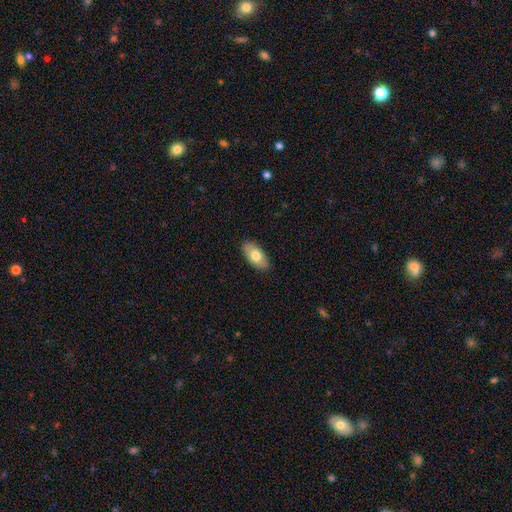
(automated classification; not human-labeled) The model was most divided on "smooth or featured": smooth: 75%, featured or disk: 19%, star or artifact: 6%. More confident: how rounded — in between (93%); merging — none (87%).